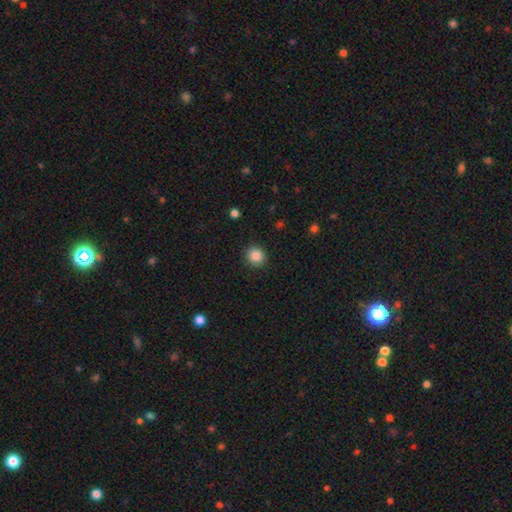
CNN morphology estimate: A smooth galaxy with no disk features (86%) that is round (88%). Merging: none (90%).